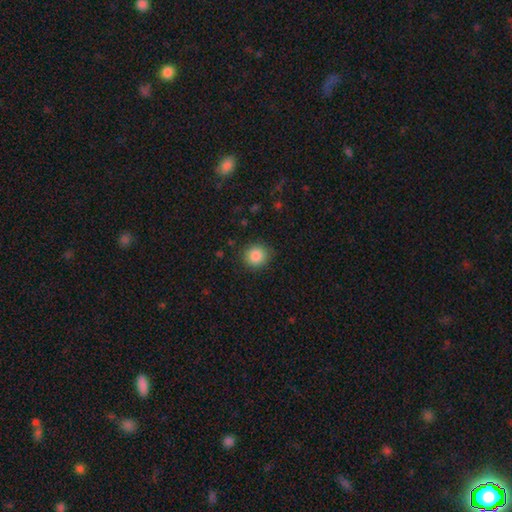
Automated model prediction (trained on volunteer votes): This is clearly a smooth galaxy (87%). How rounded: clearly round (89%). Merging: clearly none (89%).